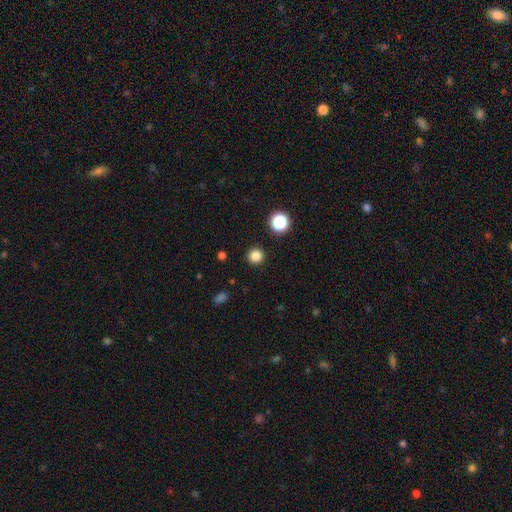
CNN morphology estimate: smooth-or-featured: smooth: 83% | star or artifact: 14% | featured or disk: 3%
  how-rounded: round: 95% | in between: 4% | cigar-shaped: 1%
  merging: none: 92% | minor disturbance: 5% | major disturbance: 2% | merger: 1%